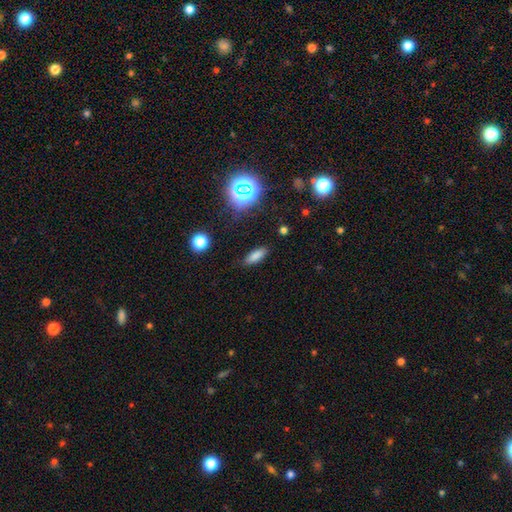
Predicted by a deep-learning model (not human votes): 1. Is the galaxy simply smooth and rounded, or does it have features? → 78% smooth, 14% star or artifact, 8% featured or disk.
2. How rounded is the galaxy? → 66% in between, 31% cigar-shaped, 4% round.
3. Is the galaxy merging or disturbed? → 85% none, 10% minor disturbance, 3% major disturbance, 2% merger.